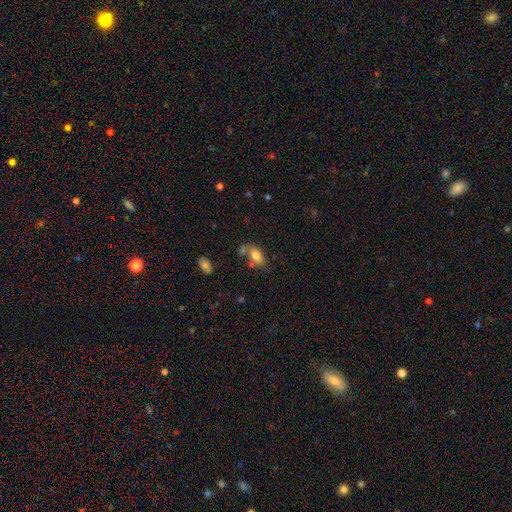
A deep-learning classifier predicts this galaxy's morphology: smooth_or_featured: smooth (p=0.77) [alt: featured or disk p=0.14]
how_rounded: in between (p=0.88) [alt: round p=0.07]
merging: none (p=0.44) [alt: merger p=0.25]